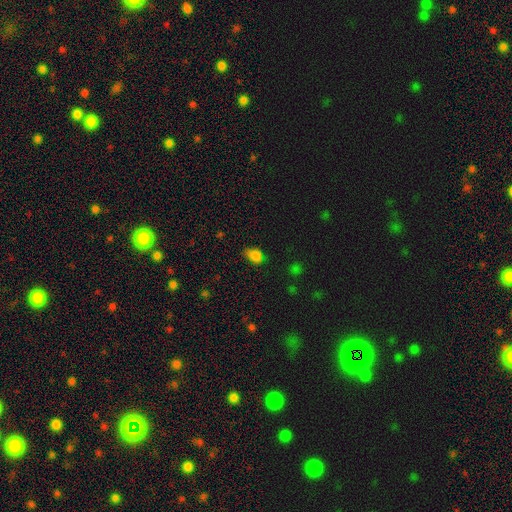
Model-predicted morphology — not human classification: Overall: smooth (79%). How rounded: in between (72%). Merging: none (50%; minor disturbance 36%).